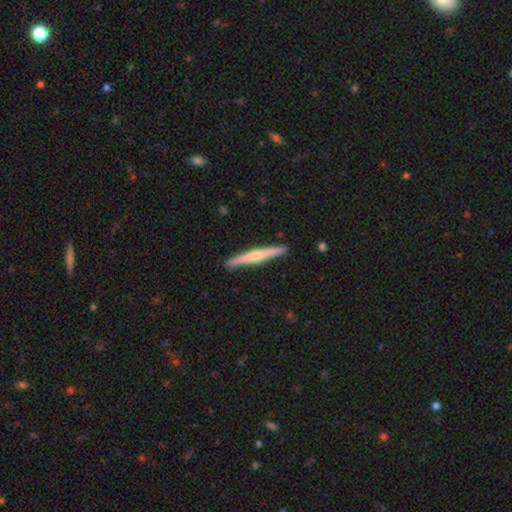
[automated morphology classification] featured or disk 59%, smooth 36%, star or artifact 5%. Down the decision tree: edge-on disk — yes (98%); edge-on bulge — rounded (75%); merging — none (92%).